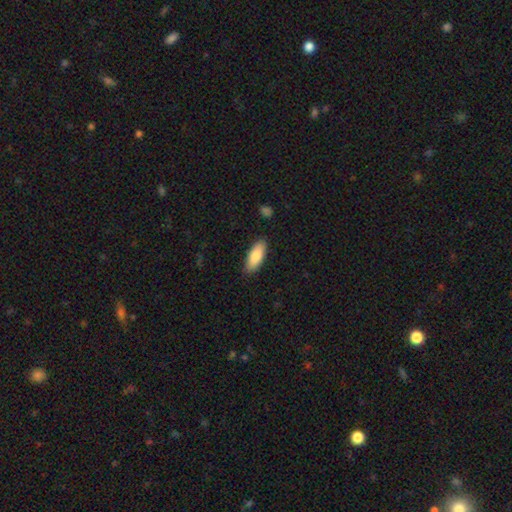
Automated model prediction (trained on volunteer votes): Q: Smooth or featured?
A: smooth (83%); runner-up: featured or disk (11%)
Q: How rounded?
A: in between (75%); runner-up: cigar-shaped (23%)
Q: Merging?
A: none (86%); runner-up: minor disturbance (11%)